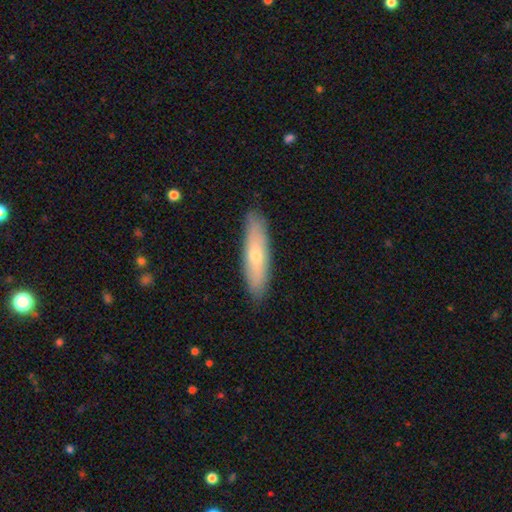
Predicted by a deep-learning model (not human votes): Smooth or featured: smooth — 60% (featured or disk — 34%)
How rounded: cigar-shaped — 73% (in between — 25%)
Merging: none — 87% (minor disturbance — 10%)